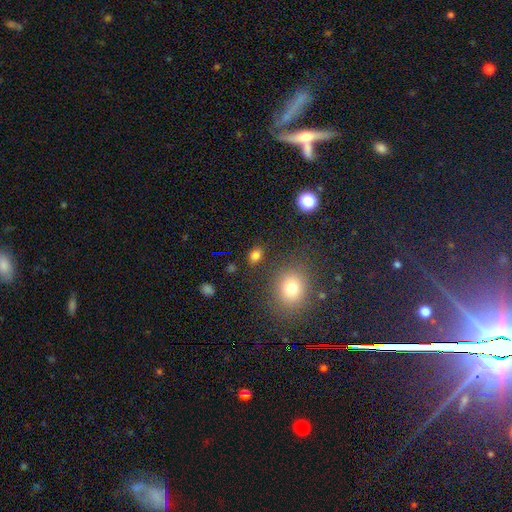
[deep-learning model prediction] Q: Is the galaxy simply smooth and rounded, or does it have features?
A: smooth — 79%.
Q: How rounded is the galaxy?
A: in between — 66%.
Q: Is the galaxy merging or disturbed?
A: none — 81%.